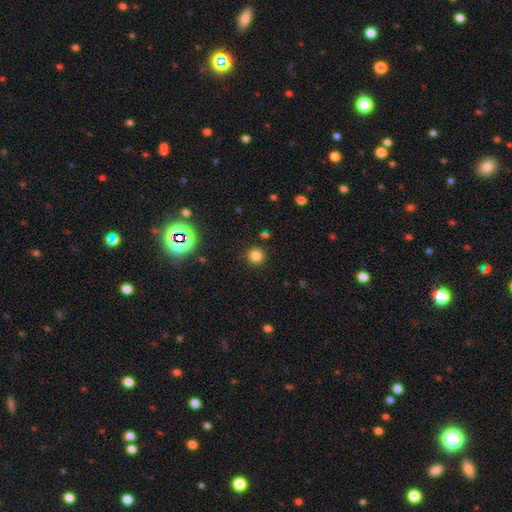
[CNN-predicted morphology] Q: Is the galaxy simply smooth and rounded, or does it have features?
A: smooth — 80%.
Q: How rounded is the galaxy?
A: round — 92%.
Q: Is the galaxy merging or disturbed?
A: none — 89%.